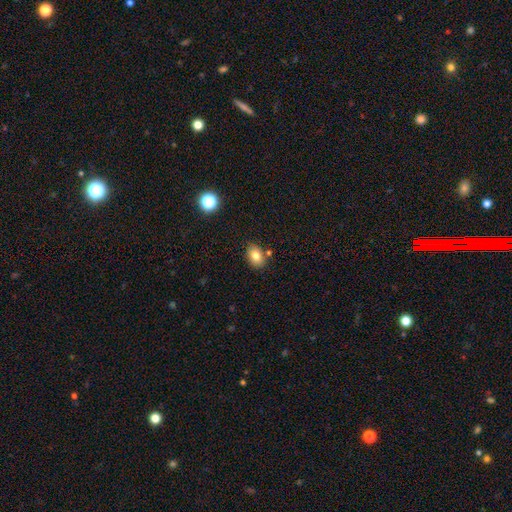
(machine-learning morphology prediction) smooth_or_featured: smooth (p=0.82) [alt: star or artifact p=0.10]
how_rounded: in between (p=0.75) [alt: round p=0.24]
merging: none (p=0.80) [alt: minor disturbance p=0.12]